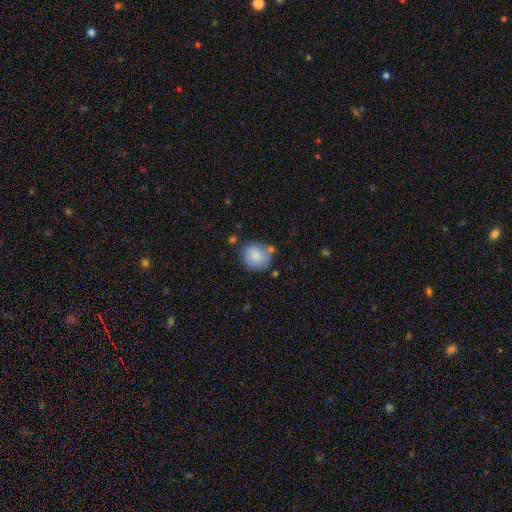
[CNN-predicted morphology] Smooth or featured? Predicted: smooth (p=0.82). How rounded? Predicted: round (p=0.77). Merging? Predicted: none (p=0.63).